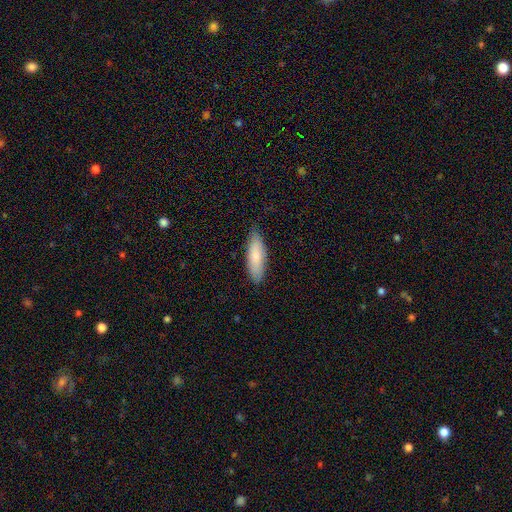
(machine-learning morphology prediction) Smooth or featured? smooth (81%)
How rounded? in between (53%)
Merging? none (80%)